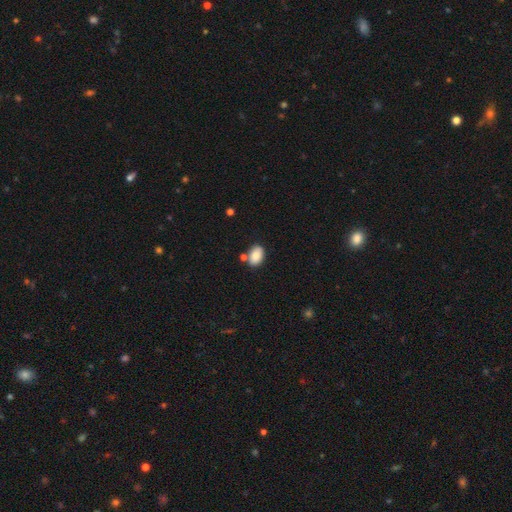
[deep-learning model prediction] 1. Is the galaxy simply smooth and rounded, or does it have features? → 86% smooth, 7% star or artifact, 6% featured or disk.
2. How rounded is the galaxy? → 87% in between, 12% round, 1% cigar-shaped.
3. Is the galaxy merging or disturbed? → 71% none, 14% minor disturbance, 12% merger, 3% major disturbance.